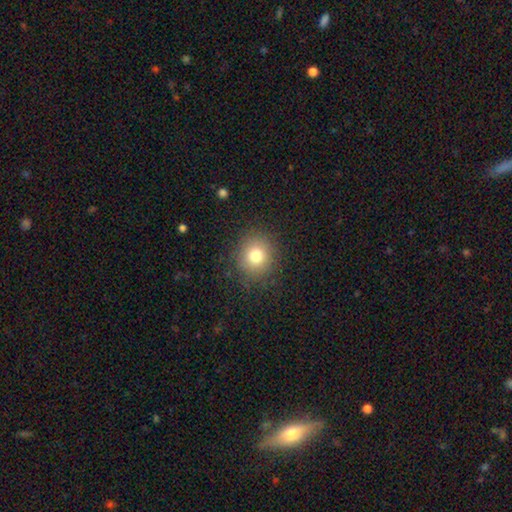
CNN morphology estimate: smooth 78%, star or artifact 13%, featured or disk 10%. Down the decision tree: how rounded — round (87%); merging — none (87%).